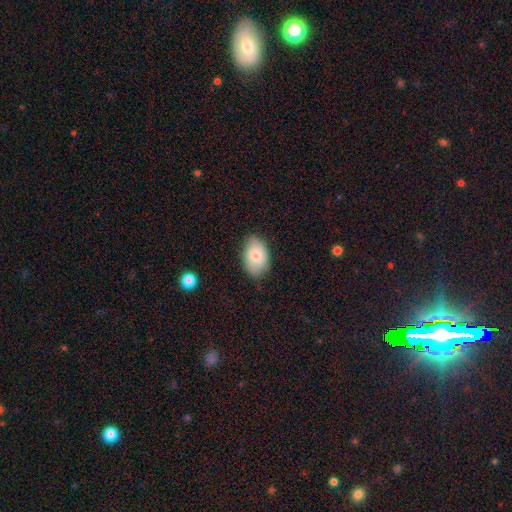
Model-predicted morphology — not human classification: This is likely a smooth galaxy (71%). How rounded: clearly in between (90%). Merging: clearly none (80%).